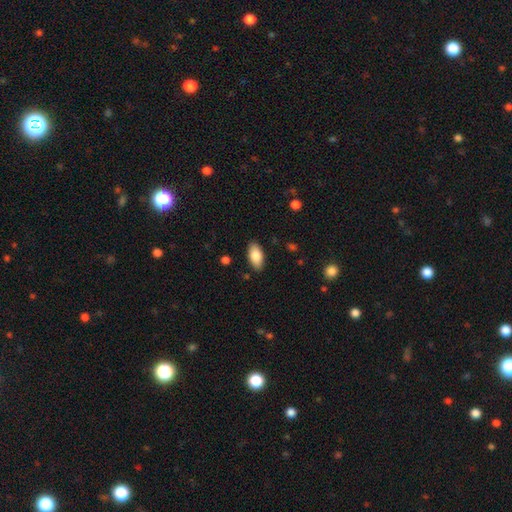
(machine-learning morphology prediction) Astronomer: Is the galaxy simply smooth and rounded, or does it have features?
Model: smooth — 83%.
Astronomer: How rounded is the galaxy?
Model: in between — 92%.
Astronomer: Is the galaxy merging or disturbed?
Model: none — 88%.